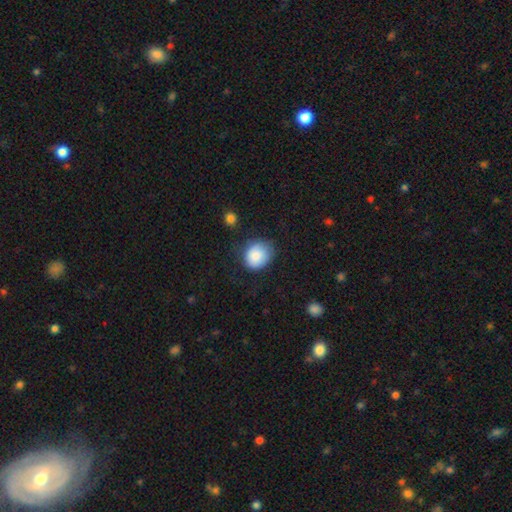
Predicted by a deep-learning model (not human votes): Smooth or featured? smooth (83%)
How rounded? round (62%)
Merging? none (64%)